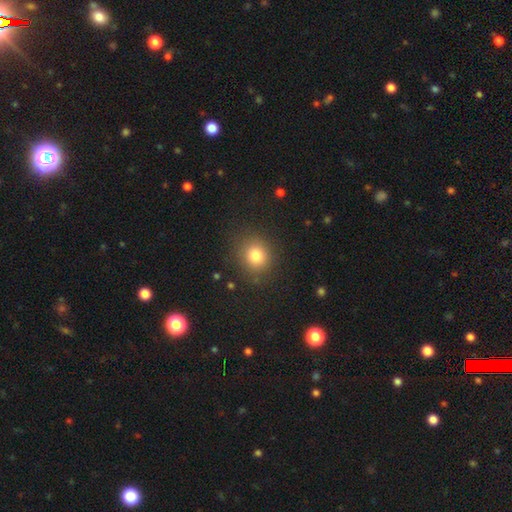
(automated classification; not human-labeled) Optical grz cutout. It shows a smooth galaxy with no disk features (80%) that is round (80%). Merging: none (86%).